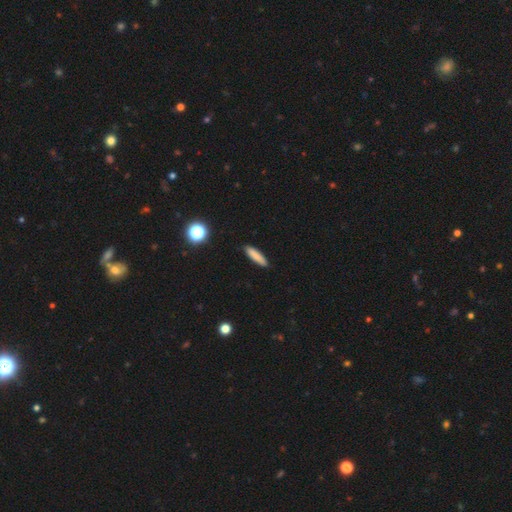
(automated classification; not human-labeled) A smooth galaxy with no disk features (84%) that is cigar-shaped (77%). Merging: none (90%).